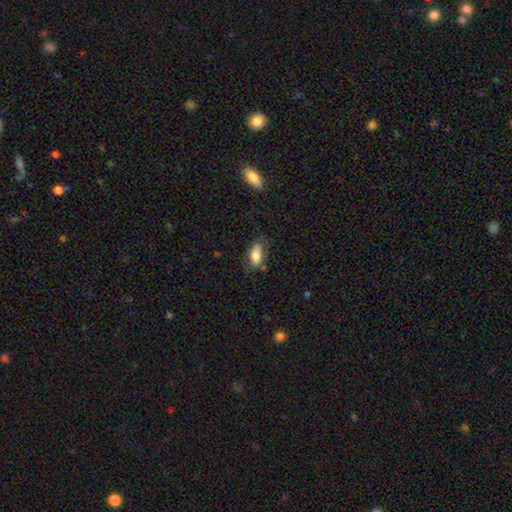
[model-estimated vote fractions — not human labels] smooth 74%, featured or disk 19%, star or artifact 7%. Down the decision tree: how rounded — in between (86%); merging — none (65%).